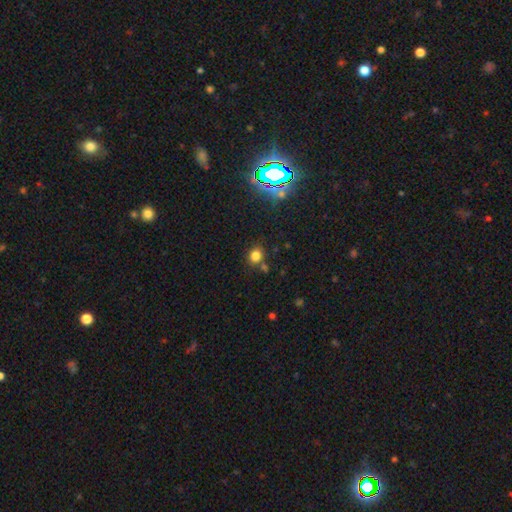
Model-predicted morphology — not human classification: smooth-or-featured: smooth: 77% | star or artifact: 17% | featured or disk: 6%
  how-rounded: round: 71% | in between: 28% | cigar-shaped: 1%
  merging: none: 74% | merger: 12% | minor disturbance: 11% | major disturbance: 4%